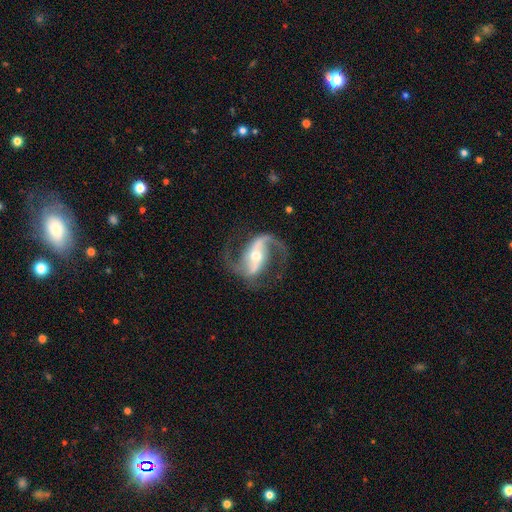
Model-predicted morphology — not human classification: This is clearly a featured or disk galaxy (92%). It is clearly not viewed edge-on (97%). Bar: possibly strong (52%). Spiral arm pattern: clearly yes (98%). Spiral arm count: clearly 2 (93%). Spiral winding: possibly loose (47%). Central bulge: likely moderate (63%). Merging: likely none (77%).